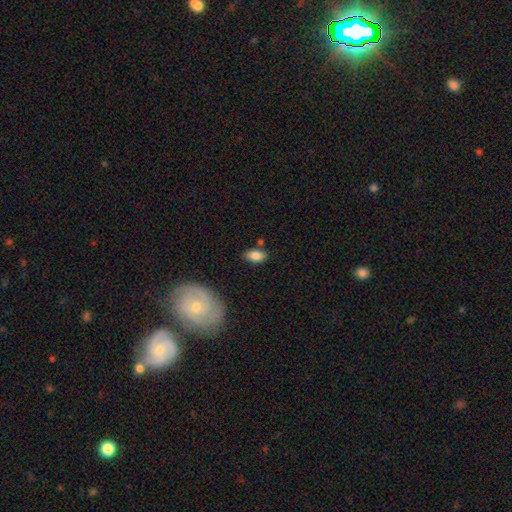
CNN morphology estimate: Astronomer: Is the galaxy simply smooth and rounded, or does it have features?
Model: smooth — 83%.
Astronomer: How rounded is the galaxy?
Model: in between — 91%.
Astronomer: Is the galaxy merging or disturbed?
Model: none — 76%.